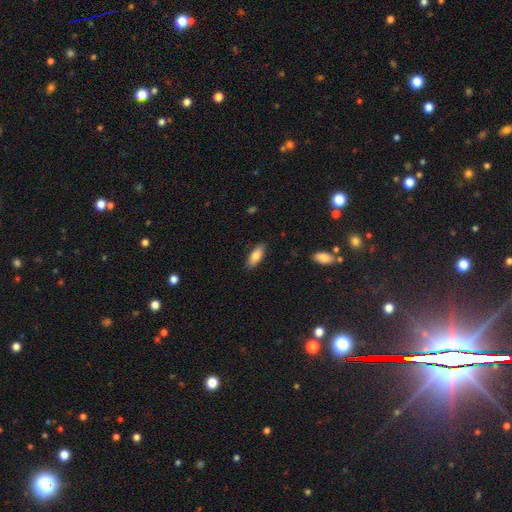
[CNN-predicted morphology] A smooth galaxy with no disk features (84%) that is in between round and cigar-shaped (77%).

Vote fractions:
- Smooth or featured? smooth: 84% / featured or disk: 10% / star or artifact: 6%
- How rounded? in between: 77% / cigar-shaped: 21% / round: 2%
- Merging? none: 86% / minor disturbance: 10% / major disturbance: 2% / merger: 1%